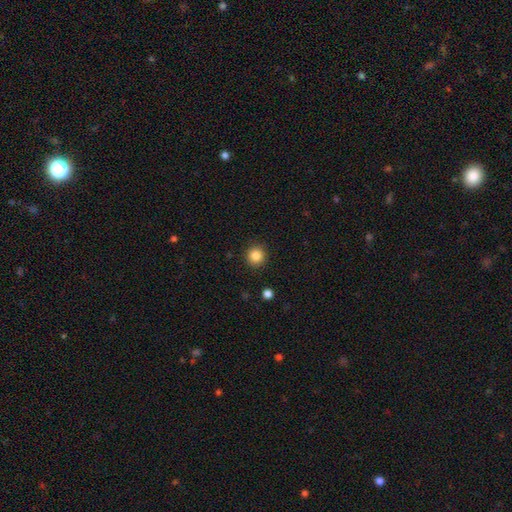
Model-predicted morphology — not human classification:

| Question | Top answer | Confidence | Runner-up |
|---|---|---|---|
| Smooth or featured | smooth | 86% | star or artifact (10%) |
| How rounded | round | 94% | in between (5%) |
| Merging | none | 92% | minor disturbance (5%) |